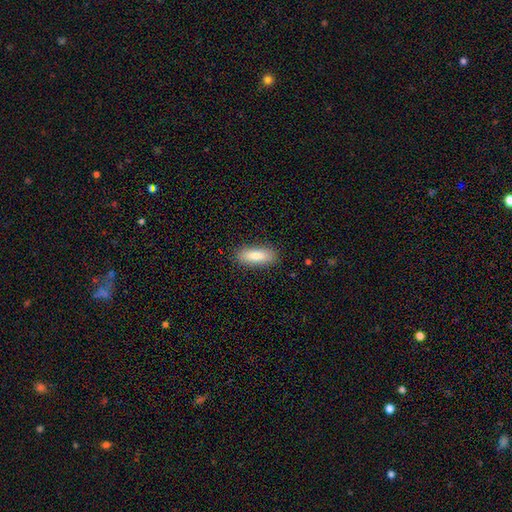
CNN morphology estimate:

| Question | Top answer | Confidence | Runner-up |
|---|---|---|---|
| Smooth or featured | smooth | 81% | featured or disk (12%) |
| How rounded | in between | 66% | cigar-shaped (32%) |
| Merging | none | 88% | minor disturbance (9%) |